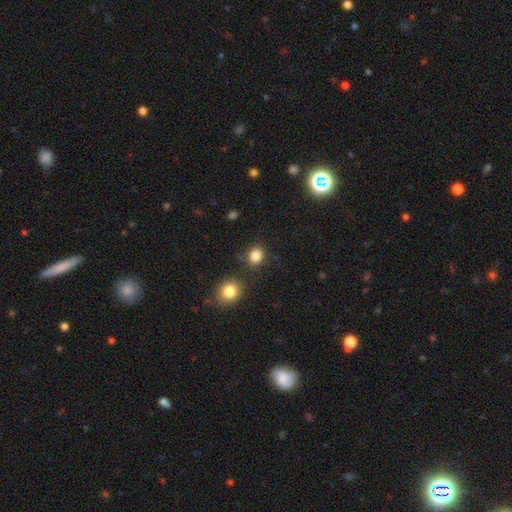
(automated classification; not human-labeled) smooth 85%, star or artifact 11%, featured or disk 4%. Down the decision tree: how rounded — round (68%); merging — none (83%).